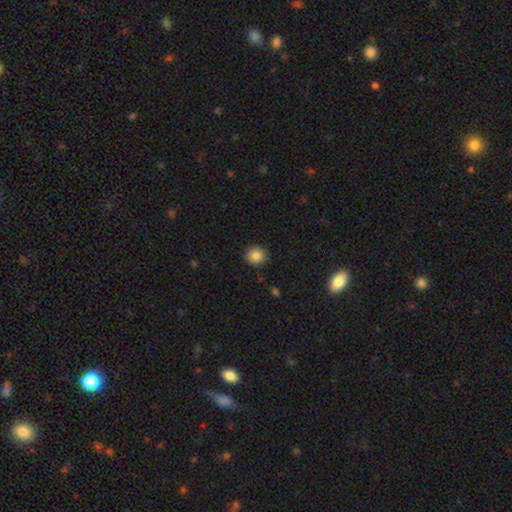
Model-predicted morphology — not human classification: Q: Smooth or featured?
A: smooth (85%); runner-up: star or artifact (10%)
Q: How rounded?
A: round (87%); runner-up: in between (12%)
Q: Merging?
A: none (90%); runner-up: minor disturbance (7%)